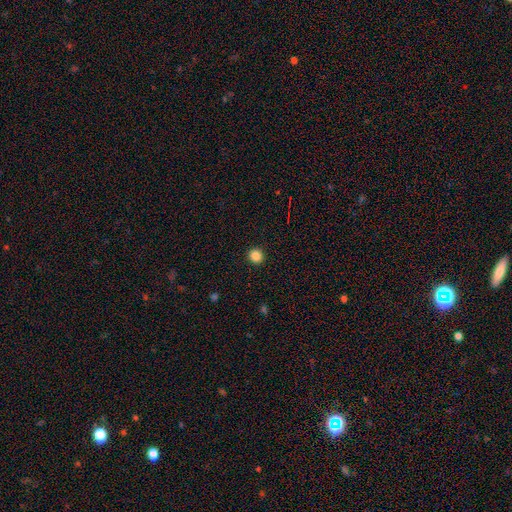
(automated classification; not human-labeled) Morphology: type=smooth (85%); roundness=round (92%); merging=none (93%).